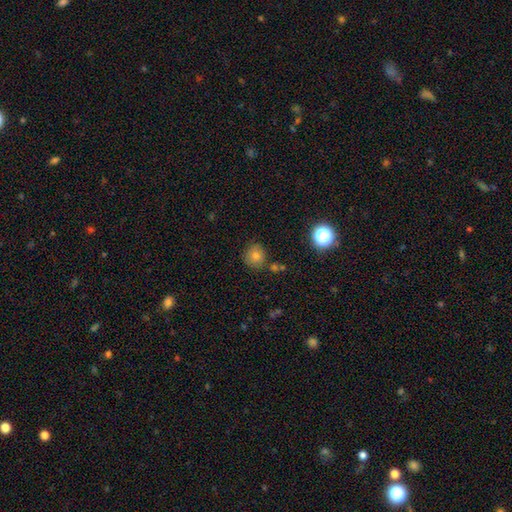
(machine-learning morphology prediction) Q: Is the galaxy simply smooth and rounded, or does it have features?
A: smooth — 74%.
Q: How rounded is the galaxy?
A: round — 89%.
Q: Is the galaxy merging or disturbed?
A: none — 77%.